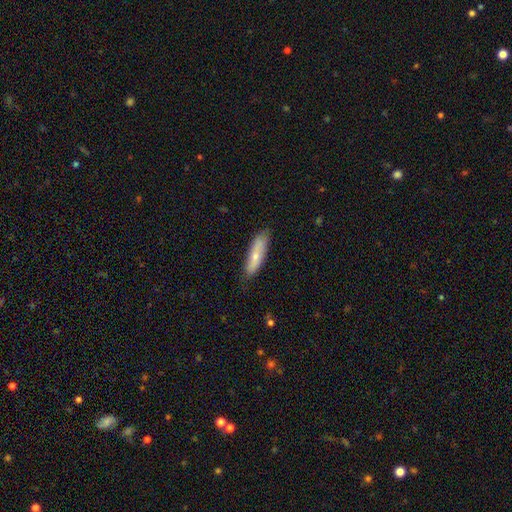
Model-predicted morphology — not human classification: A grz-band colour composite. It shows a smooth galaxy with no disk features (64%) that is cigar-shaped (64%). Merging: none (79%).